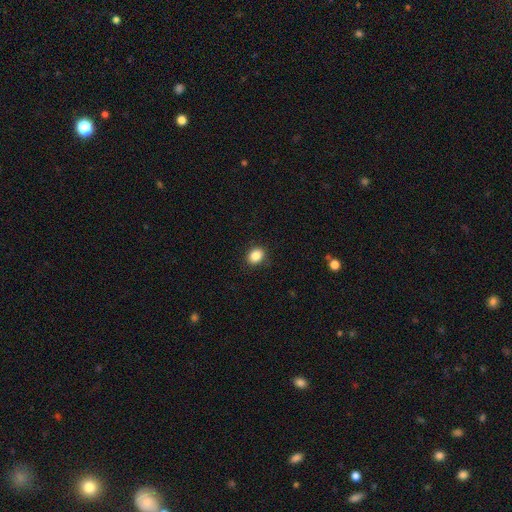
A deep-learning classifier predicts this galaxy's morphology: Overall: smooth (86%). How rounded: in between (50%; round 49%). Merging: none (88%).